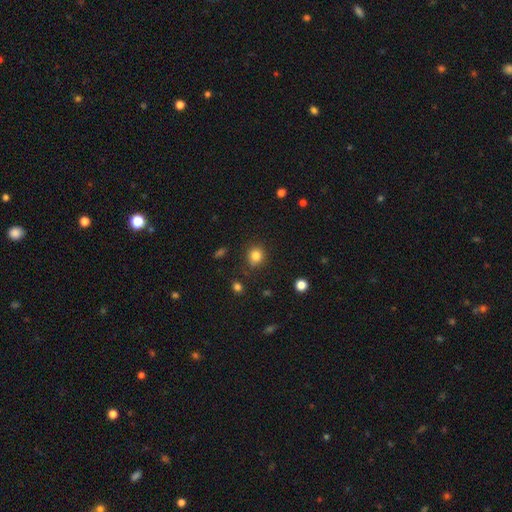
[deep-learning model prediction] Overall: smooth (83%). How rounded: round (77%). Merging: none (83%).